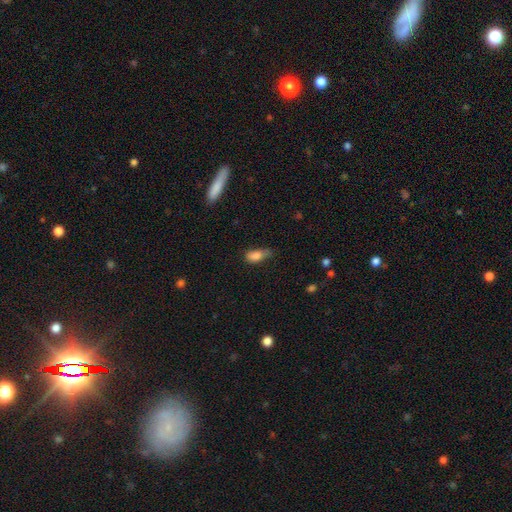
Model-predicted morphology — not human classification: A smooth galaxy with no disk features (82%) that is in between round and cigar-shaped (82%).

Vote fractions:
- Smooth or featured? smooth: 82% / star or artifact: 9% / featured or disk: 9%
- How rounded? in between: 82% / cigar-shaped: 12% / round: 6%
- Merging? minor disturbance: 41% / none: 38% / major disturbance: 18% / merger: 3%